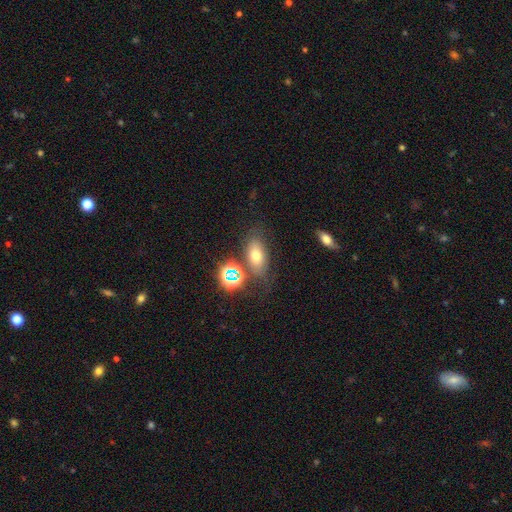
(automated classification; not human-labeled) Q: Smooth or featured?
A: smooth (62%); runner-up: star or artifact (20%)
Q: How rounded?
A: in between (81%); runner-up: round (14%)
Q: Merging?
A: none (67%); runner-up: minor disturbance (16%)